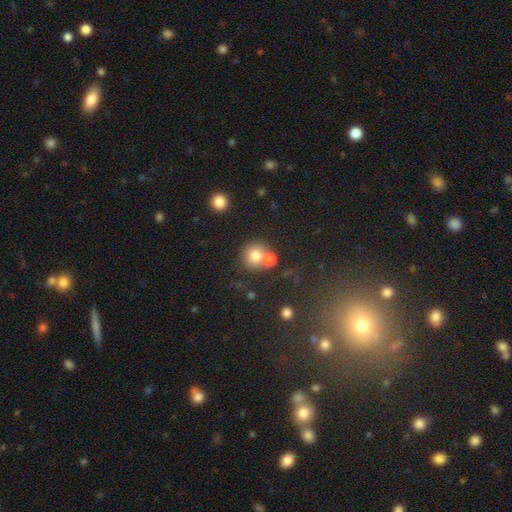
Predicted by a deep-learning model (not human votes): A smooth galaxy with no disk features (75%) that is round (89%). Merging: none (54%).